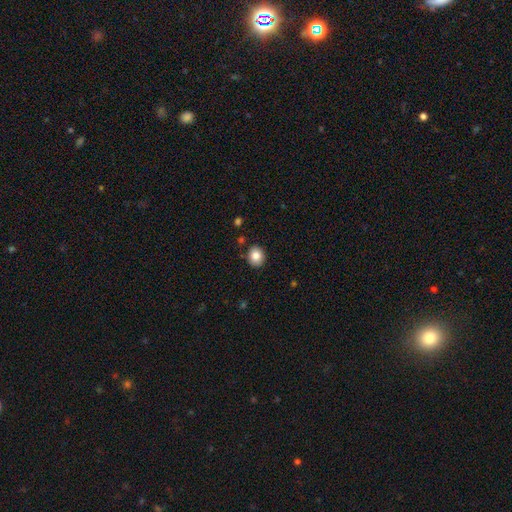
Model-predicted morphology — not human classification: This is clearly a smooth galaxy (83%). How rounded: likely round (69%). Merging: clearly none (87%).